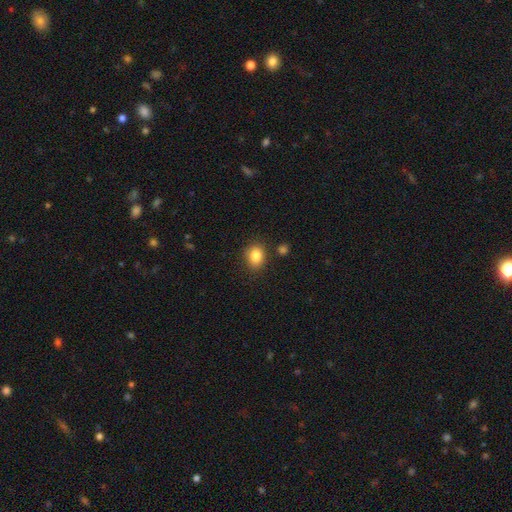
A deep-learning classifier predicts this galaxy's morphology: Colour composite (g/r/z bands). It shows a smooth galaxy with no disk features (85%) that is in between round and cigar-shaped (53%). Merging: none (82%).